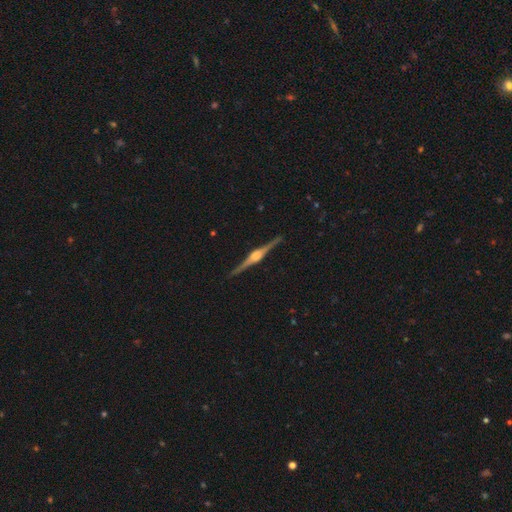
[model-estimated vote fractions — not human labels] Smooth or featured? featured or disk (88%)
Edge-on disk? yes (98%)
Edge-on bulge? rounded (84%)
Merging? none (92%)